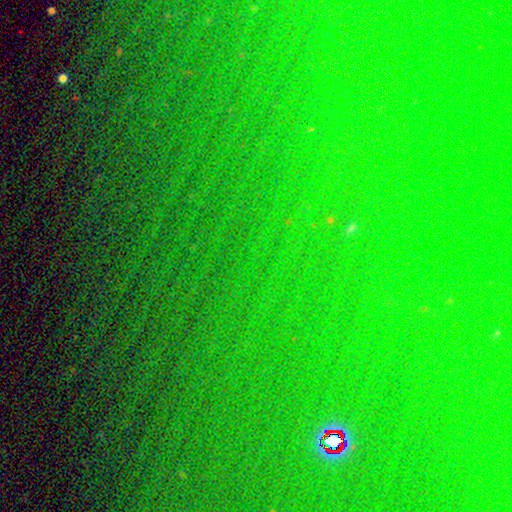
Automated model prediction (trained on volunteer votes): Morphology: type=star or artifact (82%).